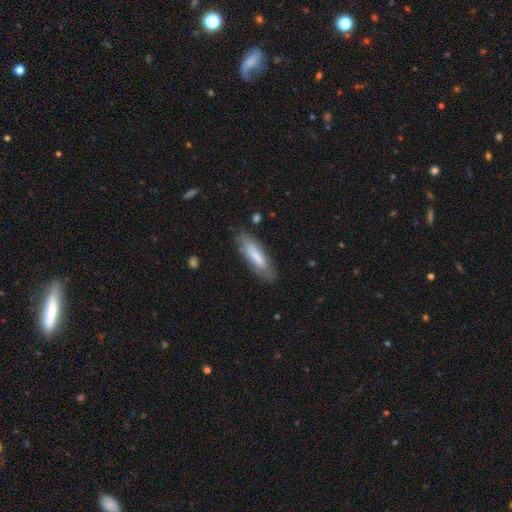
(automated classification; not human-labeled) smooth 70%, featured or disk 24%, star or artifact 6%. Down the decision tree: how rounded — cigar-shaped (63%); merging — none (77%).